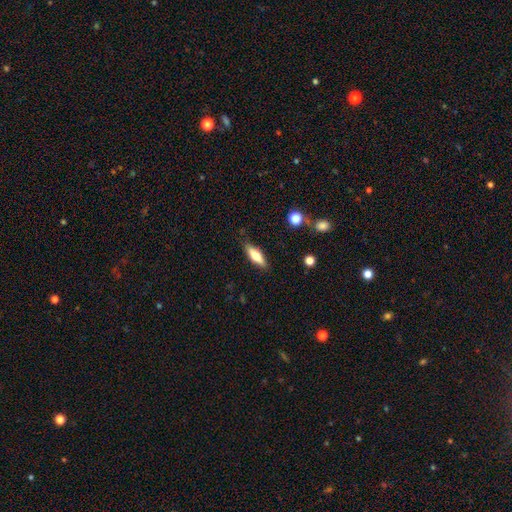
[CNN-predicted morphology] Smooth or featured?
  - smooth: 64% *
  - featured or disk: 29%
  - star or artifact: 7%
How rounded?
  - cigar-shaped: 50% *
  - in between: 48%
  - round: 2%
Merging?
  - none: 85% *
  - minor disturbance: 11%
  - major disturbance: 2%
  - merger: 2%